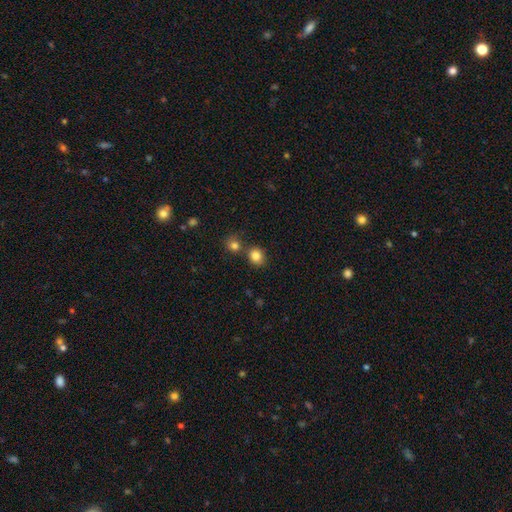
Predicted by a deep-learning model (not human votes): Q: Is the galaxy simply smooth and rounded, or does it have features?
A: smooth — 83%.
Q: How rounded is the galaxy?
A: round — 74%.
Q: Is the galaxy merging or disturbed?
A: none — 64%.